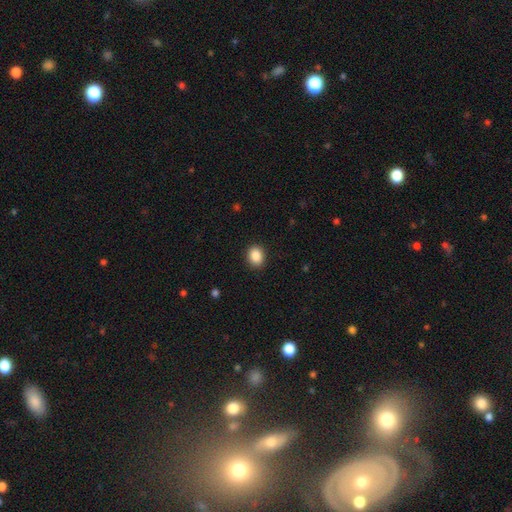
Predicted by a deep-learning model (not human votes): smooth-or-featured: smooth: 88% | star or artifact: 8% | featured or disk: 3%
  how-rounded: in between: 53% | round: 46% | cigar-shaped: 1%
  merging: none: 89% | minor disturbance: 7% | major disturbance: 2% | merger: 1%